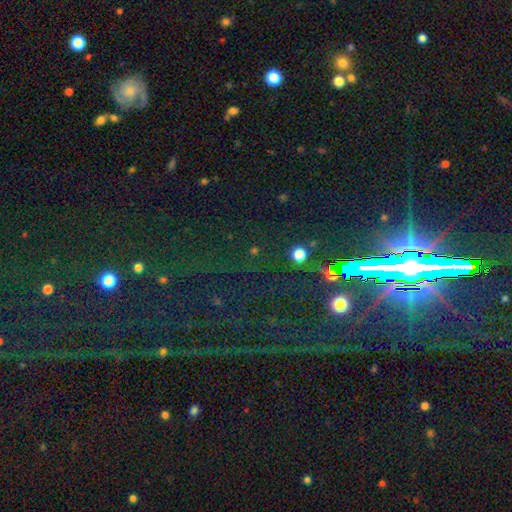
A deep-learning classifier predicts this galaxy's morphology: type=star or artifact (83%).